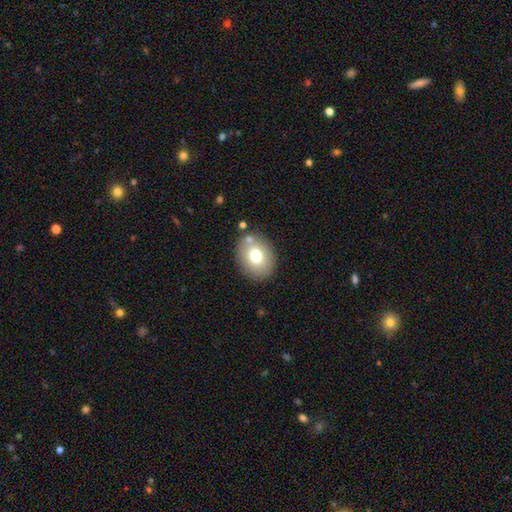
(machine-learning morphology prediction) type=smooth (72%); roundness=in between (52%); merging=none (79%).